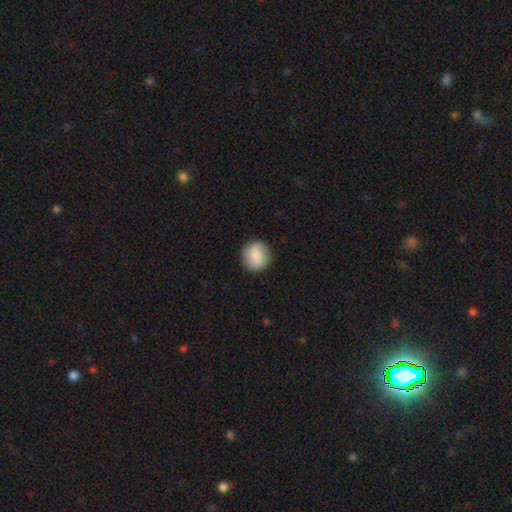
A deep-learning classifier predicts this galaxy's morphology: Overall: smooth (80%). How rounded: round (93%). Merging: none (88%).